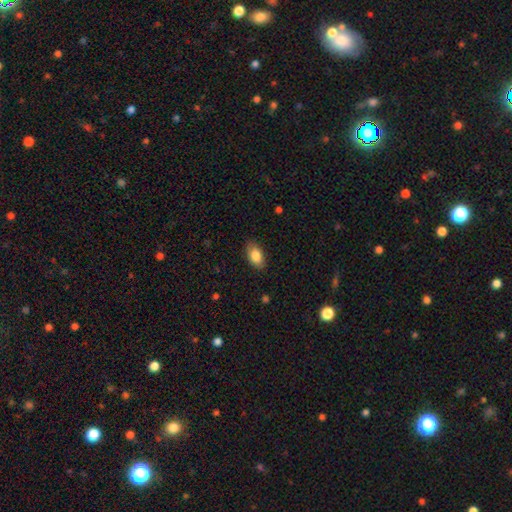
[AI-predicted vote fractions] Overall: smooth (84%). How rounded: in between (91%). Merging: none (85%).